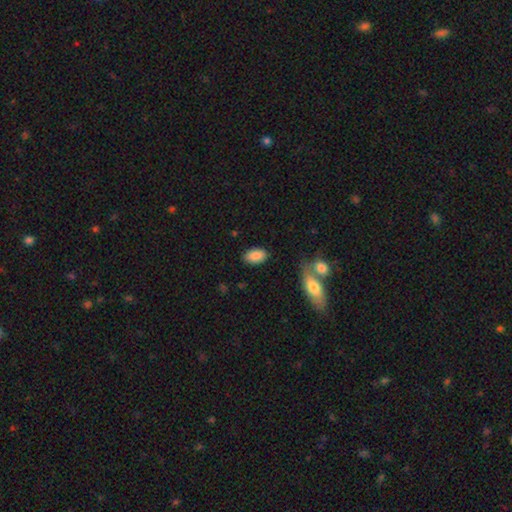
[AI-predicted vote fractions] smooth_or_featured: smooth (p=0.88) [alt: star or artifact p=0.07]
how_rounded: in between (p=0.93) [alt: round p=0.05]
merging: none (p=0.83) [alt: minor disturbance p=0.11]